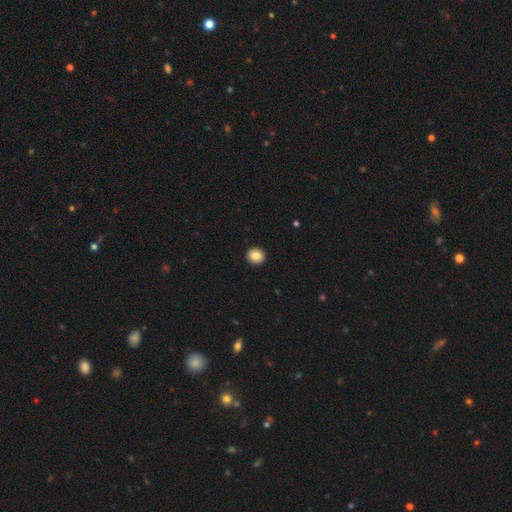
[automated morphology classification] type=smooth (85%); roundness=round (90%); merging=none (93%).